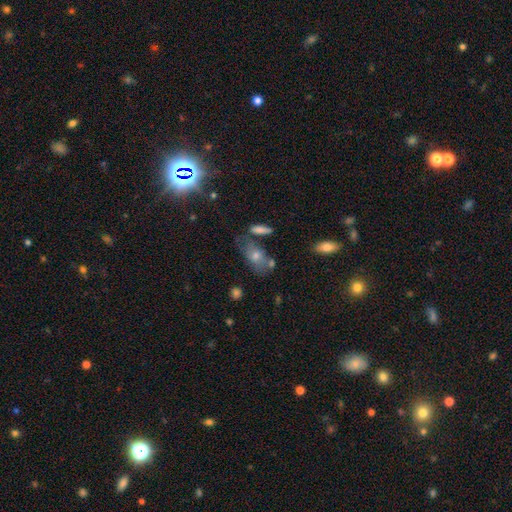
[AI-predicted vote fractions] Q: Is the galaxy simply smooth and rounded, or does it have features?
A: smooth — 54%.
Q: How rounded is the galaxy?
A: in between — 82%.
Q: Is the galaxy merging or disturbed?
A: none — 54%.